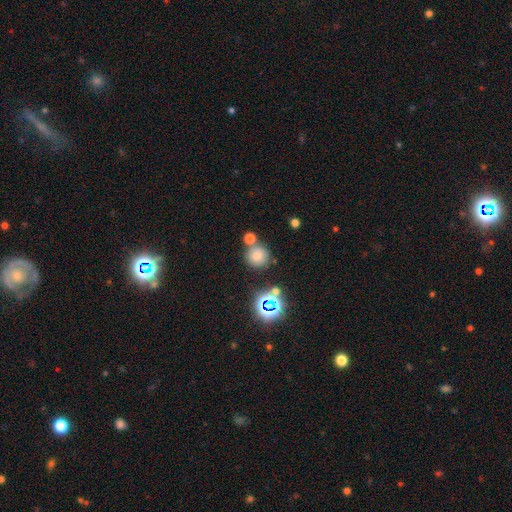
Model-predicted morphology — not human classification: Q: Smooth or featured?
A: smooth (63%); runner-up: star or artifact (27%)
Q: How rounded?
A: round (92%); runner-up: in between (7%)
Q: Merging?
A: none (71%); runner-up: merger (16%)